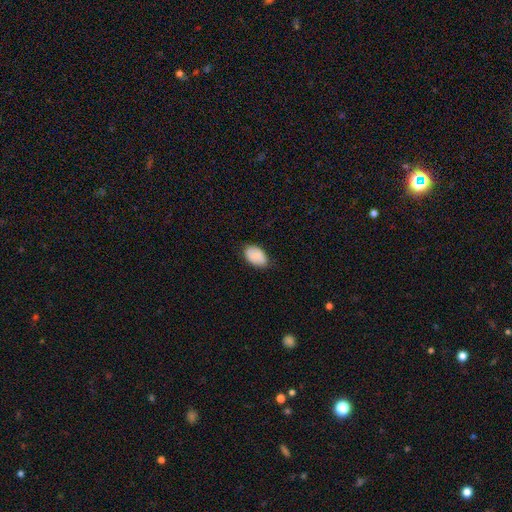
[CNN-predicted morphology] Q: Smooth or featured?
A: smooth (86%); runner-up: featured or disk (8%)
Q: How rounded?
A: in between (91%); runner-up: round (7%)
Q: Merging?
A: none (79%); runner-up: minor disturbance (18%)